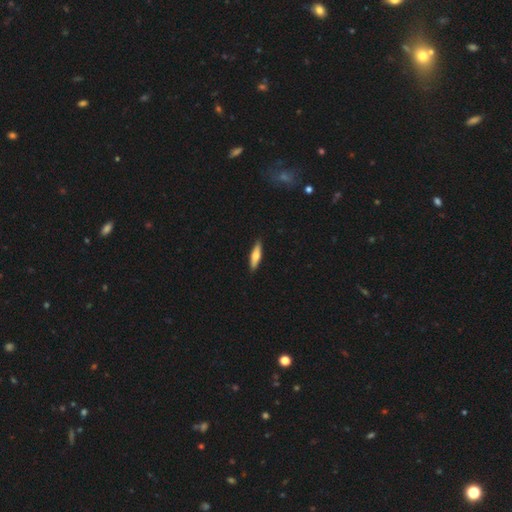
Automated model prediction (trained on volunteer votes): smooth-or-featured: smooth: 59% | featured or disk: 35% | star or artifact: 5%
  how-rounded: cigar-shaped: 68% | in between: 30% | round: 2%
  merging: none: 90% | minor disturbance: 7% | major disturbance: 1% | merger: 1%